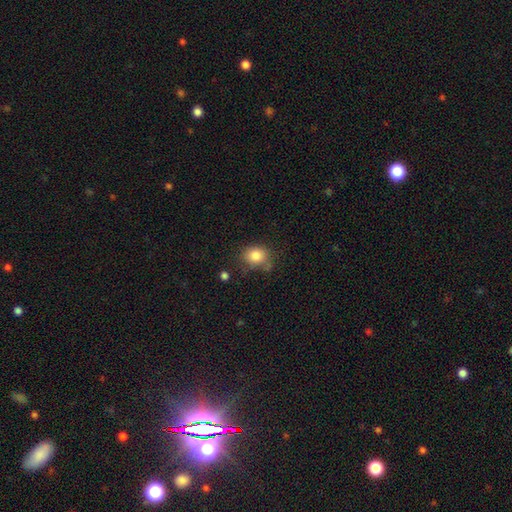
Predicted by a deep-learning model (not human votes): Smooth or featured: smooth — 83% (star or artifact — 10%)
How rounded: round — 67% (in between — 32%)
Merging: none — 65% (minor disturbance — 23%)